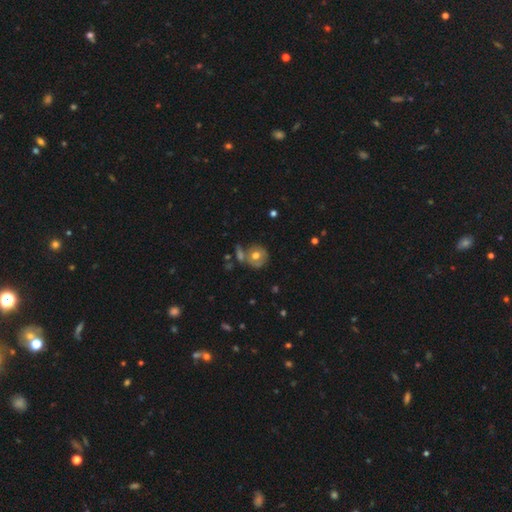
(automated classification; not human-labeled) smooth-or-featured: smooth: 61% | featured or disk: 30% | star or artifact: 9%
  how-rounded: round: 85% | in between: 14% | cigar-shaped: 1%
  merging: none: 55% | merger: 20% | minor disturbance: 17% | major disturbance: 8%